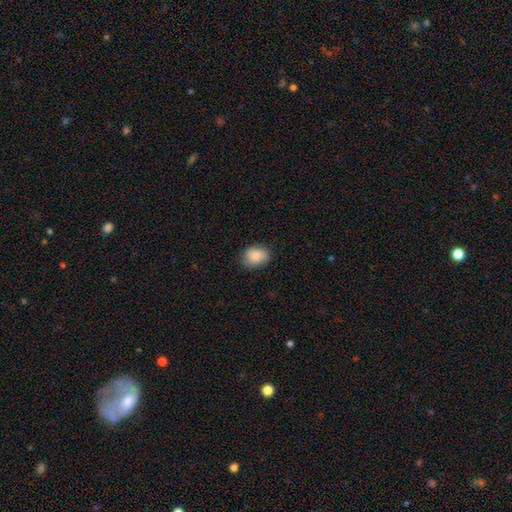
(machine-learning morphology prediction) Smooth or featured: smooth — 82% (featured or disk — 11%)
How rounded: in between — 62% (round — 37%)
Merging: none — 79% (minor disturbance — 17%)